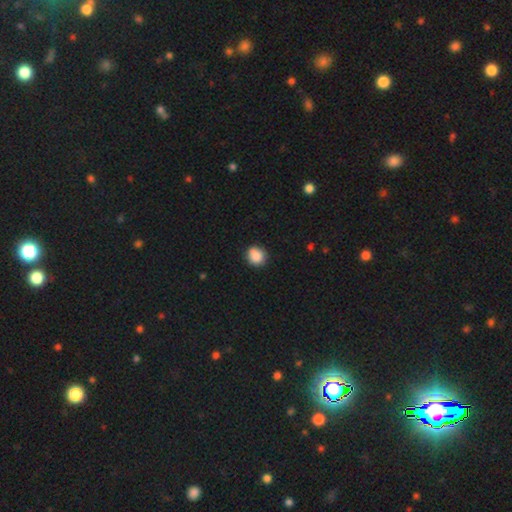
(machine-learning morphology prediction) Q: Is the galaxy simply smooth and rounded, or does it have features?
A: smooth — 86%.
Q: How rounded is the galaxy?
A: round — 81%.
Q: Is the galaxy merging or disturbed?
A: none — 75%.